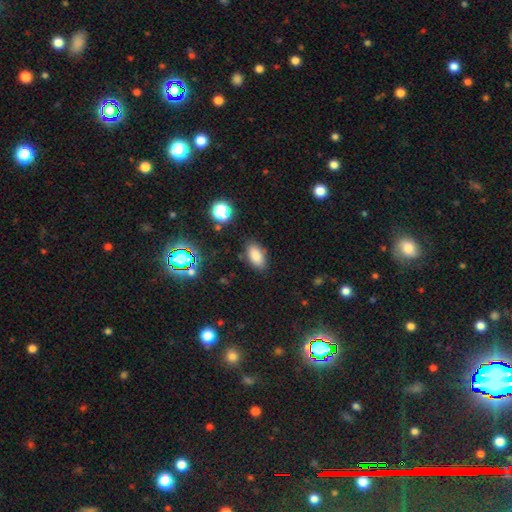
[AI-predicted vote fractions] Smooth or featured? smooth (83%)
How rounded? in between (90%)
Merging? none (84%)